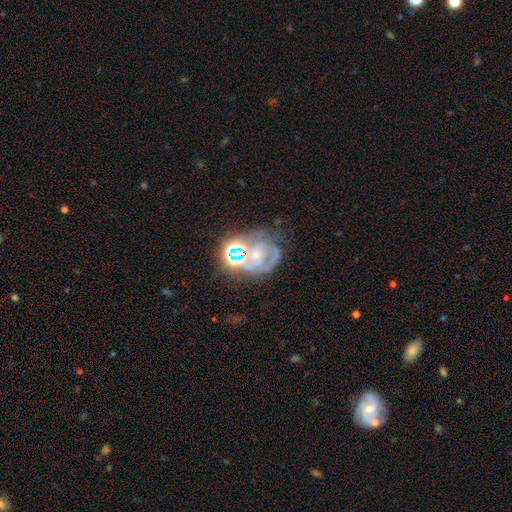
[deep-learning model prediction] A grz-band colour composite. It shows a featured or disk galaxy (64%) with no bar (66%), spiral arms (79%) and a small central bulge (45%). Merging: none (43%).